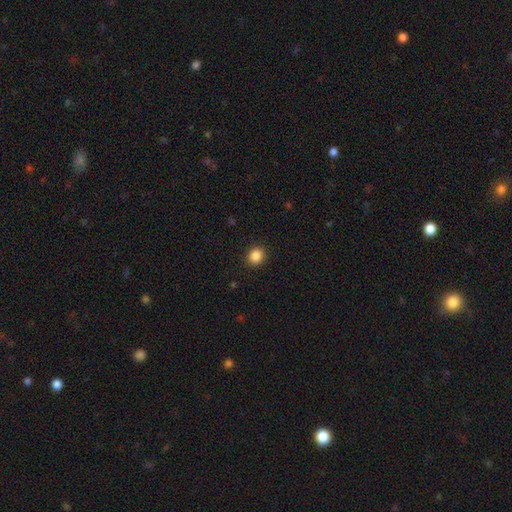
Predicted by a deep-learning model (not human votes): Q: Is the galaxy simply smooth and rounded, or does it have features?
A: smooth — 86%.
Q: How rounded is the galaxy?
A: round — 77%.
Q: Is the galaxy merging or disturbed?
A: none — 91%.